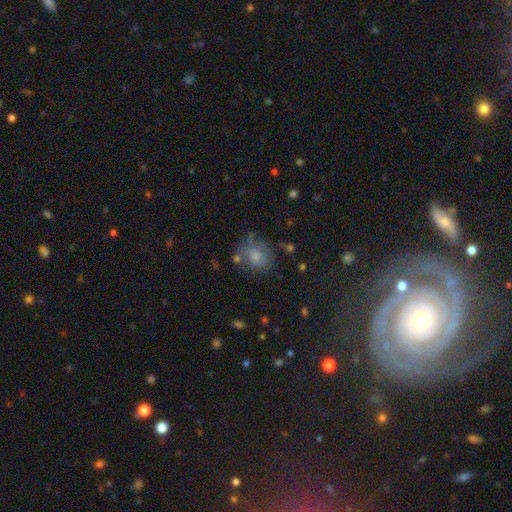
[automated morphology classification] smooth 67%, featured or disk 21%, star or artifact 12%. Down the decision tree: how rounded — round (63%); merging — none (57%).